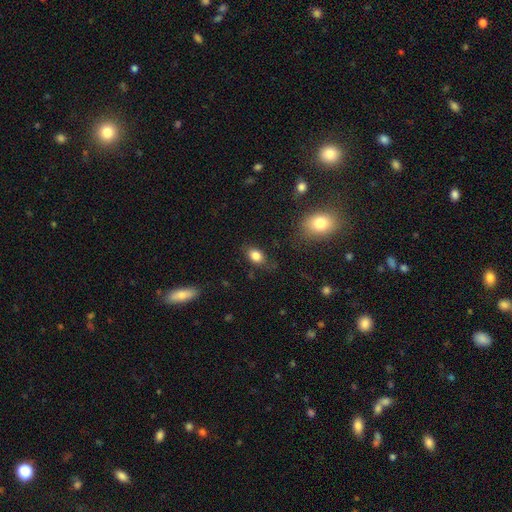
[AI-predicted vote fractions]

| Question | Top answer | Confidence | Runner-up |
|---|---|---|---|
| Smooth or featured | smooth | 83% | star or artifact (9%) |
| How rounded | in between | 80% | round (18%) |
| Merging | none | 74% | minor disturbance (19%) |